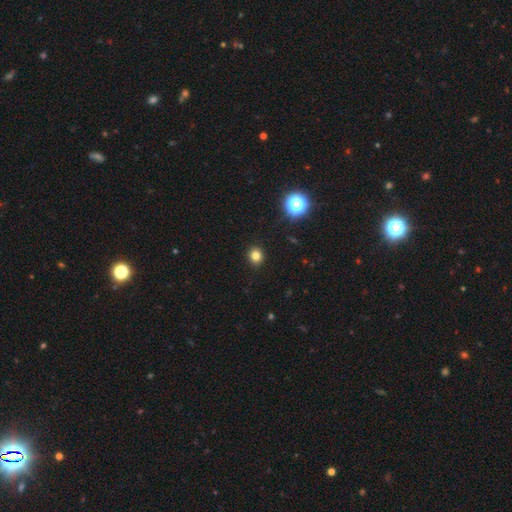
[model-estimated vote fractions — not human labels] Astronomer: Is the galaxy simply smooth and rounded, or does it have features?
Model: smooth — 80%.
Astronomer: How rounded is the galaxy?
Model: round — 85%.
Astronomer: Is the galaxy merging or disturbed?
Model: none — 92%.